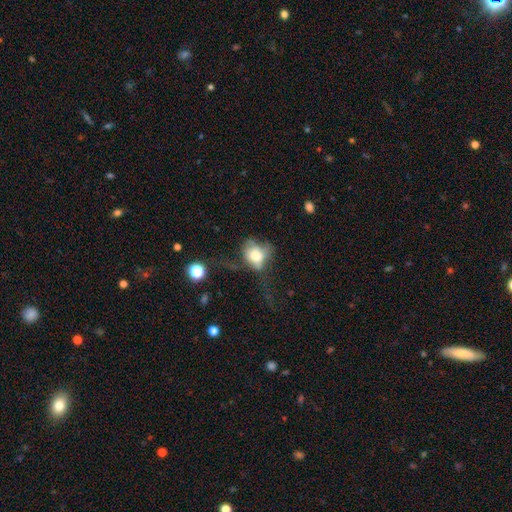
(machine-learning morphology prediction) A smooth galaxy with no disk features (63%) that is in between round and cigar-shaped (51%).

Vote fractions:
- Smooth or featured? smooth: 63% / featured or disk: 26% / star or artifact: 11%
- How rounded? in between: 51% / round: 47% / cigar-shaped: 1%
- Merging? major disturbance: 47% / none: 25% / minor disturbance: 22% / merger: 6%